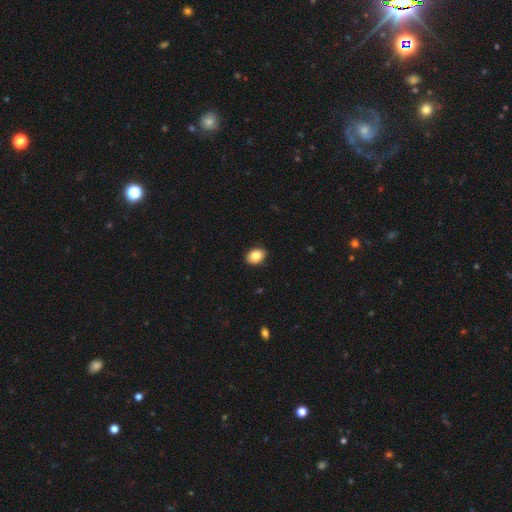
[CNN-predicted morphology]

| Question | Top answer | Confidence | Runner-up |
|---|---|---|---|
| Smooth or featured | smooth | 85% | star or artifact (8%) |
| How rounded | in between | 75% | round (24%) |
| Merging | none | 89% | minor disturbance (8%) |